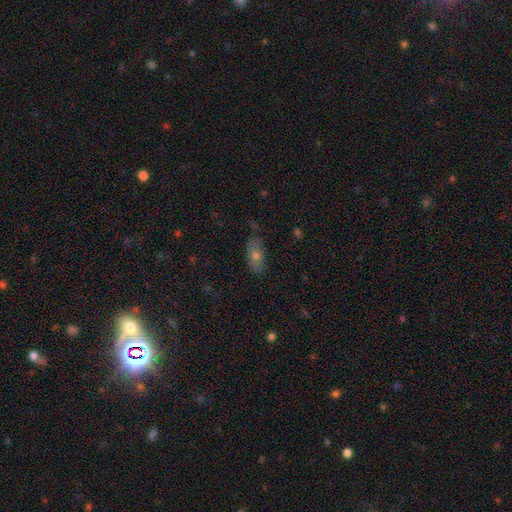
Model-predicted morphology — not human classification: This is likely a smooth galaxy (60%). How rounded: likely in between (79%). Merging: likely none (77%).